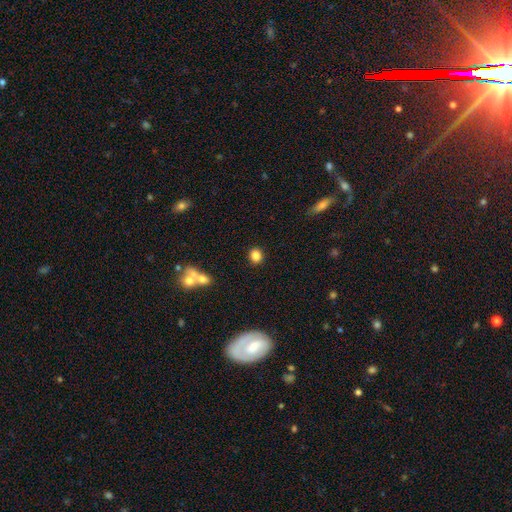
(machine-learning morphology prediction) A smooth galaxy with no disk features (84%) that is round (71%). Merging: none (87%).